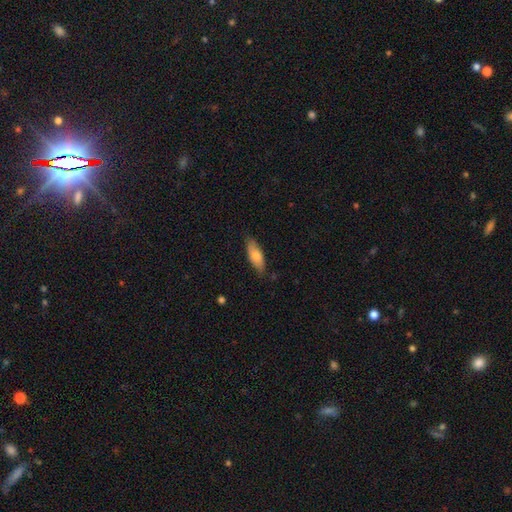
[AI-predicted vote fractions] A smooth galaxy with no disk features (75%) that is in between round and cigar-shaped (71%).

Vote fractions:
- Smooth or featured? smooth: 75% / featured or disk: 19% / star or artifact: 6%
- How rounded? in between: 71% / cigar-shaped: 27% / round: 2%
- Merging? none: 81% / minor disturbance: 16% / major disturbance: 2% / merger: 1%